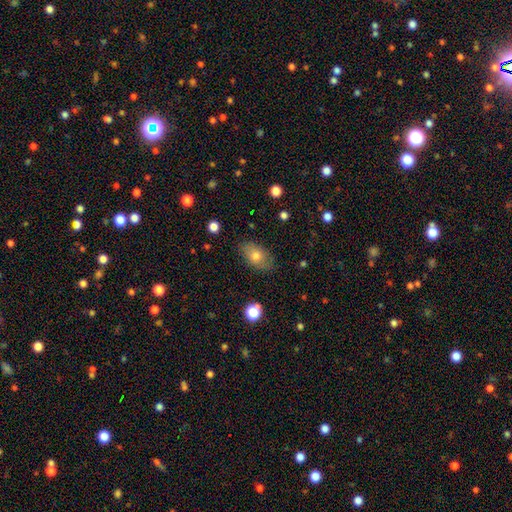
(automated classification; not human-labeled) Morphology: type=smooth (72%); roundness=in between (87%); merging=none (81%).